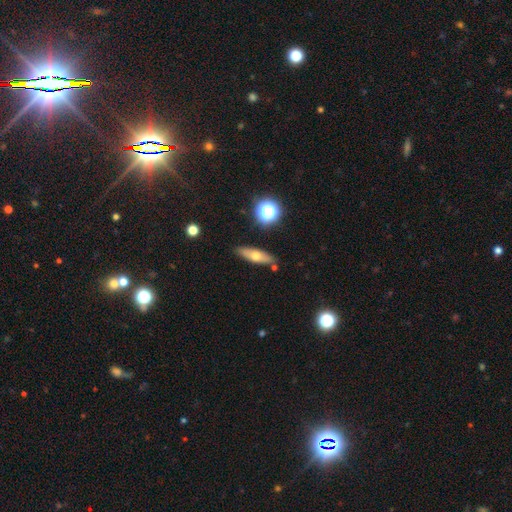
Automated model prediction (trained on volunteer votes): smooth_or_featured: smooth (p=0.53) [alt: featured or disk p=0.38]
how_rounded: cigar-shaped (p=0.53) [alt: in between p=0.42]
merging: none (p=0.83) [alt: minor disturbance p=0.11]